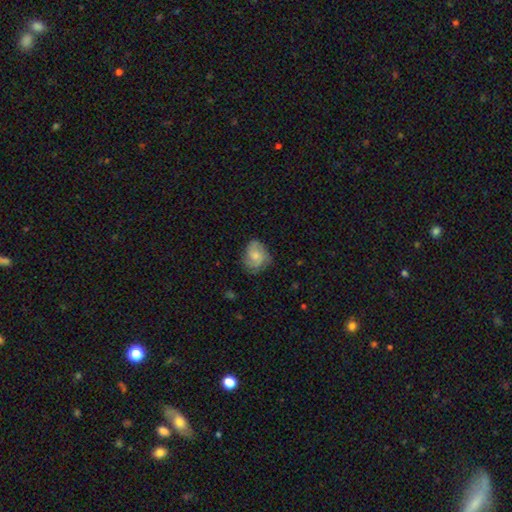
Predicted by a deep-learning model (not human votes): The model was most divided on "how rounded": round: 53%, in between: 46%, cigar-shaped: 1%. More confident: merging — none (65%); smooth or featured — smooth (54%).